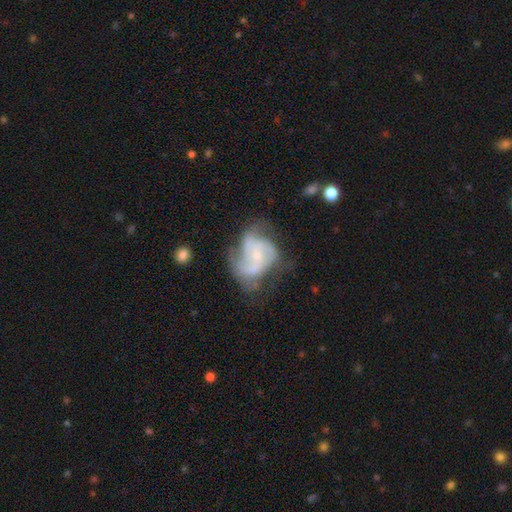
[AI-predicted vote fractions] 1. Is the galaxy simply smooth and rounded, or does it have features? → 79% featured or disk, 14% smooth, 7% star or artifact.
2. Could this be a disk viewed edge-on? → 98% no, 2% yes.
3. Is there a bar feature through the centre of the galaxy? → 67% no, 28% weak, 5% strong.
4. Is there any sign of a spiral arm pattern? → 90% yes, 10% no.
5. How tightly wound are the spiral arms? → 49% medium, 29% tight, 21% loose.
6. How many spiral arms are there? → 50% 3, 17% 2, 15% can't tell, 11% 4, 4% 1, 4% more than 4.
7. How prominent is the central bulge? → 69% small, 23% moderate, 6% none, 1% large, 1% dominant.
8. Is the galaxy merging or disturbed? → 48% none, 26% minor disturbance, 24% major disturbance, 3% merger.